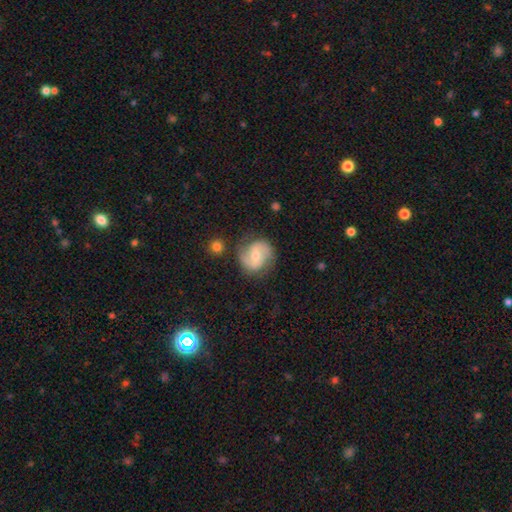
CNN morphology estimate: Overall: featured or disk (67%). Edge-on disk: no (98%). Bar: no (49%; weak 41%). Spiral arms: yes (90%). Spiral arm count: 2 (88%). Spiral winding: medium (49%; loose 27%). Bulge size: moderate (57%; small 37%). Merging: none (74%).